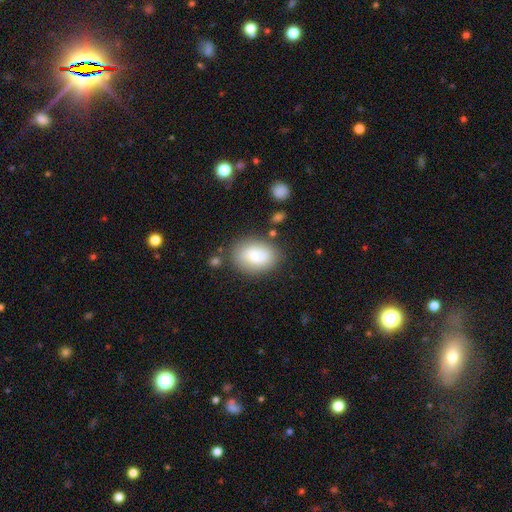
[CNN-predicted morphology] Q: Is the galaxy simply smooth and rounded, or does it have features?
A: smooth — 70%.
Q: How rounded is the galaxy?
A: in between — 76%.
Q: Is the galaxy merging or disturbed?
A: none — 71%.